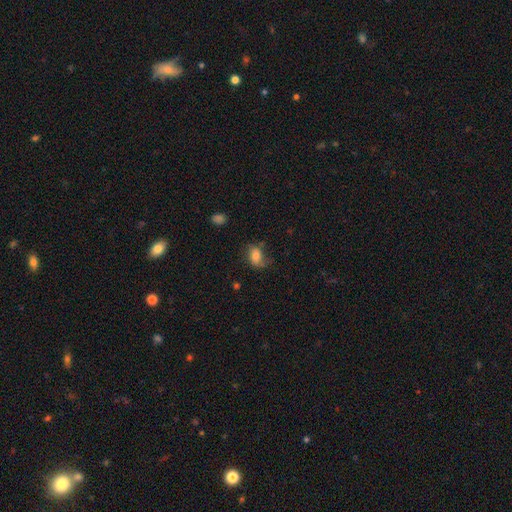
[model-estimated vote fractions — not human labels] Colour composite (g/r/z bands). It shows a smooth galaxy with no disk features (70%) that is in between round and cigar-shaped (76%). Merging: none (50%).